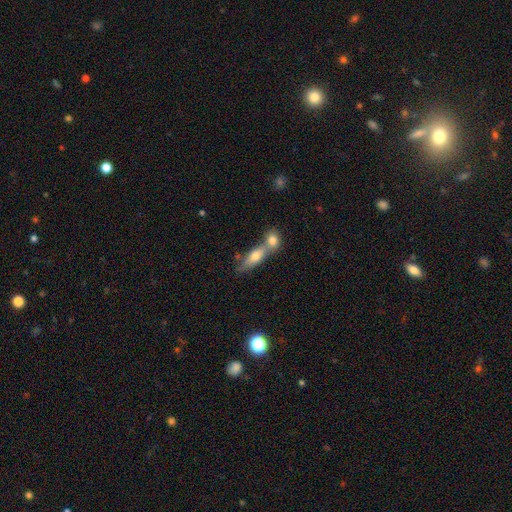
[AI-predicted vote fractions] This appears to be a smooth galaxy with no disk features (63%) that is in between round and cigar-shaped (50%). Merging: merger (53%).